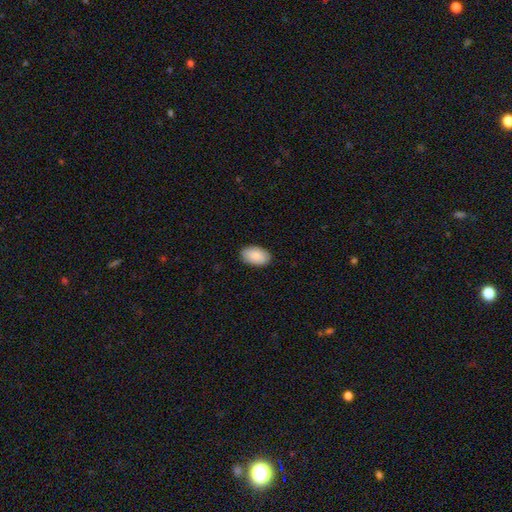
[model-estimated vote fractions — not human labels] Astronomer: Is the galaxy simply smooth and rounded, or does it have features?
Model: smooth — 88%.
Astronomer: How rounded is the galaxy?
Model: in between — 94%.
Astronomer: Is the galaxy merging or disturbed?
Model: none — 89%.